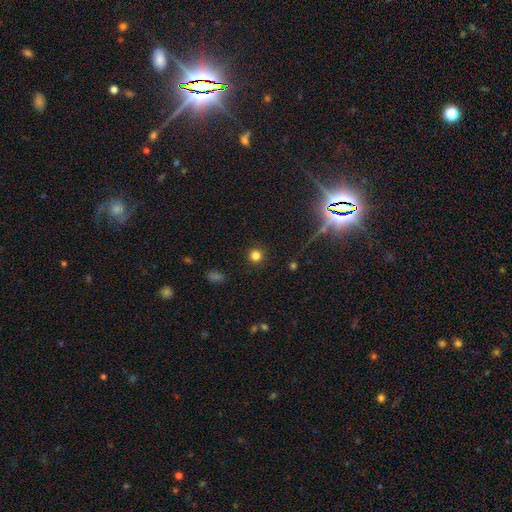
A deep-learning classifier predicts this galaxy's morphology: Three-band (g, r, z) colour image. It shows a smooth galaxy with no disk features (79%) that is round (94%). Merging: none (91%).